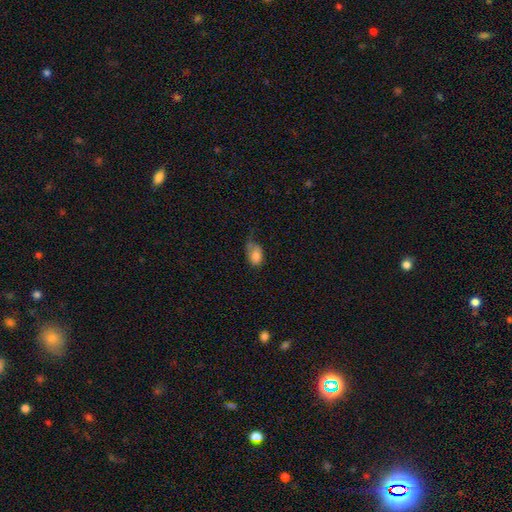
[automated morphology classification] type=smooth (76%); roundness=in between (87%); merging=minor disturbance (33%, tied with none).